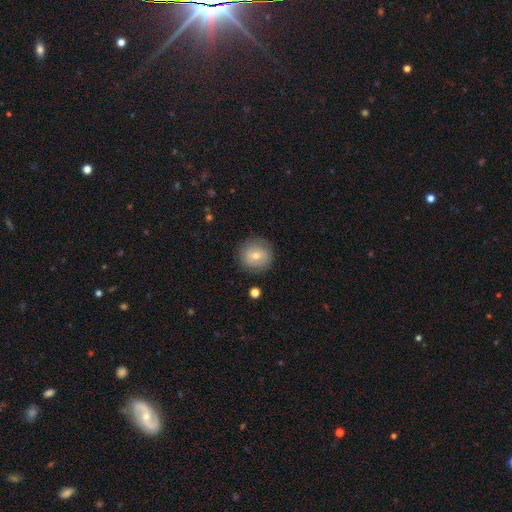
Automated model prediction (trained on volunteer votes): smooth_or_featured: smooth (p=0.56) [alt: featured or disk p=0.34]
how_rounded: round (p=0.92) [alt: in between p=0.07]
merging: none (p=0.85) [alt: minor disturbance p=0.11]